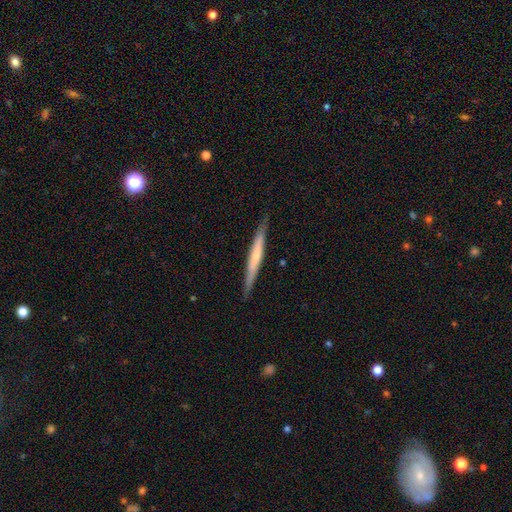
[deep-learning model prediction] Smooth or featured? featured or disk (51%)
Edge-on disk? yes (96%)
Merging? none (88%)